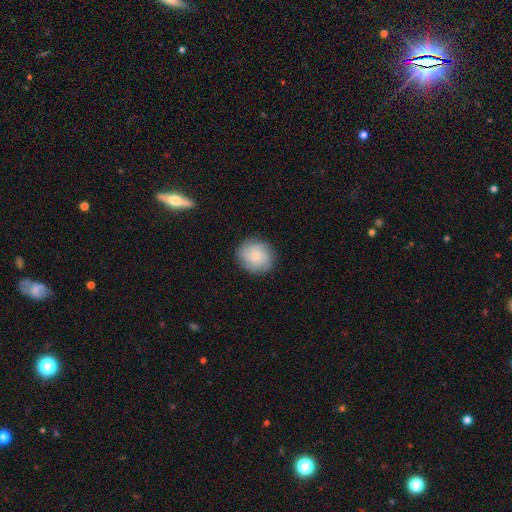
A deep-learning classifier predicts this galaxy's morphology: type=smooth (61%); roundness=round (81%); merging=none (84%).